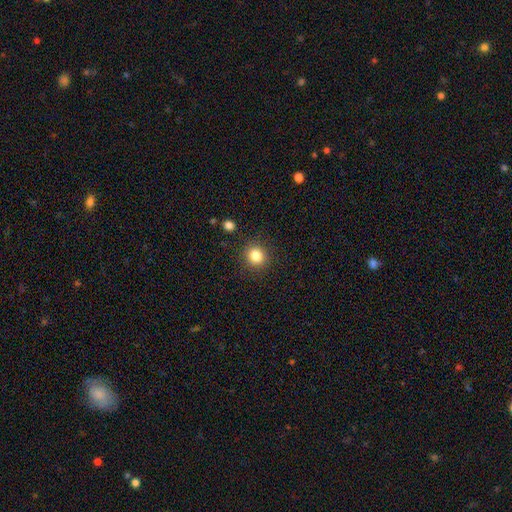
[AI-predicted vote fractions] smooth 83%, star or artifact 11%, featured or disk 6%. Down the decision tree: how rounded — round (90%); merging — none (90%).